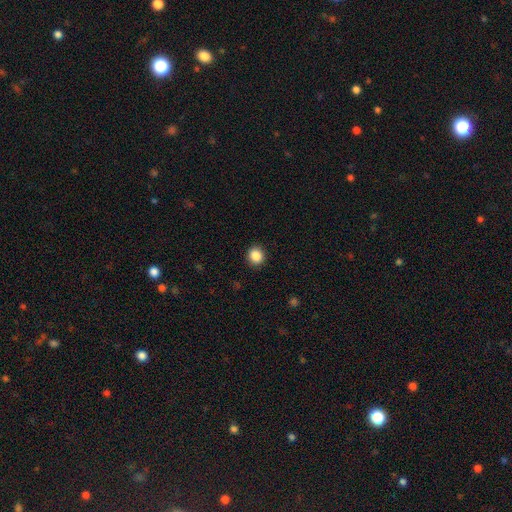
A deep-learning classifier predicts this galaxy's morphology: smooth_or_featured: smooth (p=0.87) [alt: star or artifact p=0.10]
how_rounded: round (p=0.88) [alt: in between p=0.11]
merging: none (p=0.91) [alt: minor disturbance p=0.06]